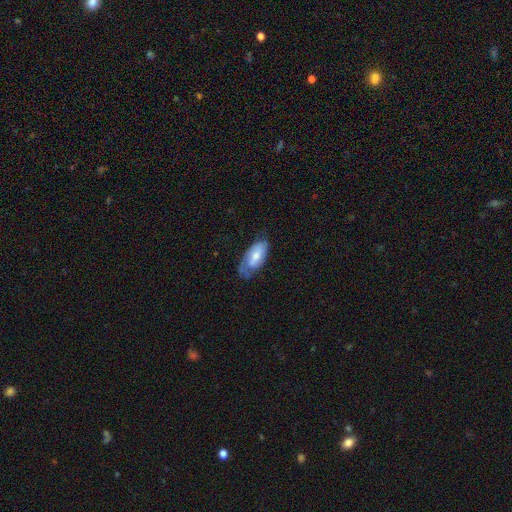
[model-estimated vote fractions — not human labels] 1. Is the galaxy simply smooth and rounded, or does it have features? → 51% featured or disk, 43% smooth, 6% star or artifact.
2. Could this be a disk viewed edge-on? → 90% no, 10% yes.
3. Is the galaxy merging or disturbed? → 51% none, 32% minor disturbance, 15% major disturbance, 2% merger.